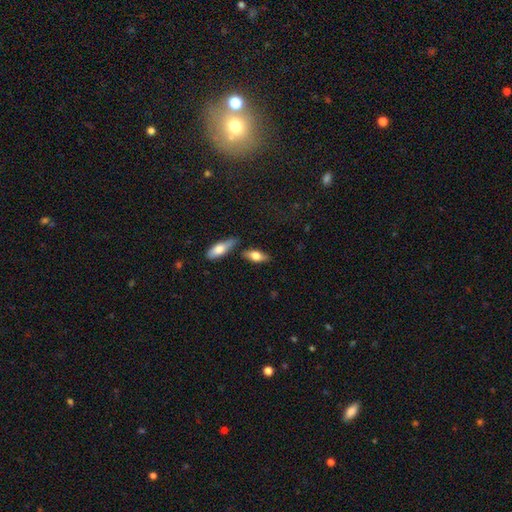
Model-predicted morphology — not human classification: smooth-or-featured: smooth: 67% | featured or disk: 26% | star or artifact: 6%
  how-rounded: in between: 77% | cigar-shaped: 19% | round: 4%
  merging: none: 68% | minor disturbance: 14% | merger: 14% | major disturbance: 4%